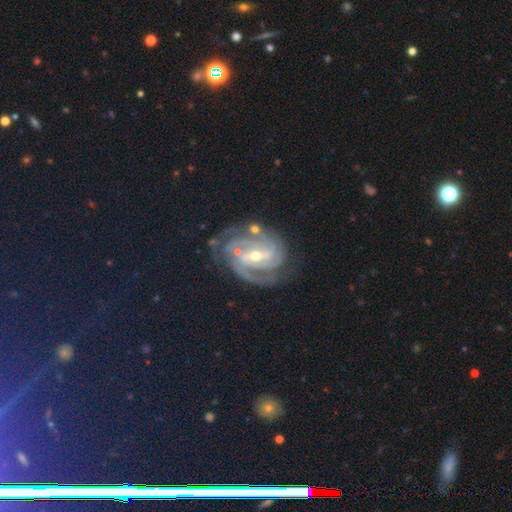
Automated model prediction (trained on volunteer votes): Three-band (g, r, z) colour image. It shows a featured or disk galaxy (91%) with a strong bar (45%), 3 (34%) tight (65%) spiral arms (98%) and a small central bulge (50%). Merging: none (70%).